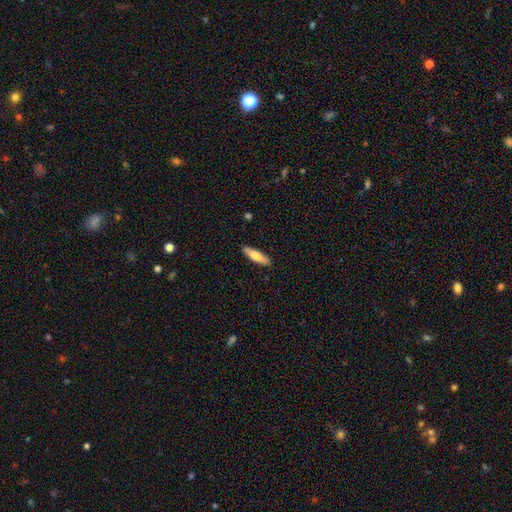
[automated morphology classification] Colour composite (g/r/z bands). It shows a smooth galaxy with no disk features (71%) that is cigar-shaped (68%). Merging: none (89%).